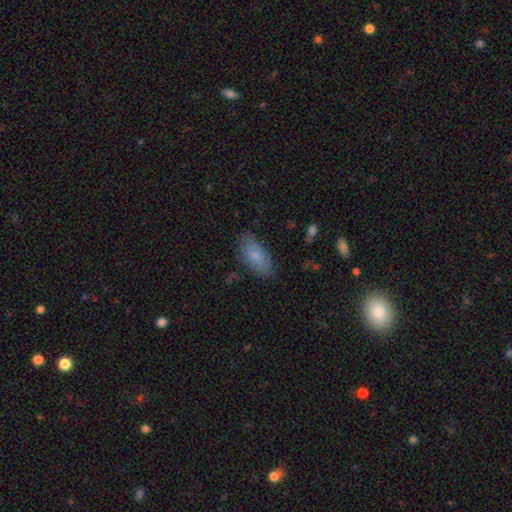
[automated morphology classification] Smooth or featured: smooth — 78% (featured or disk — 15%)
How rounded: in between — 88% (cigar-shaped — 9%)
Merging: none — 78% (minor disturbance — 17%)